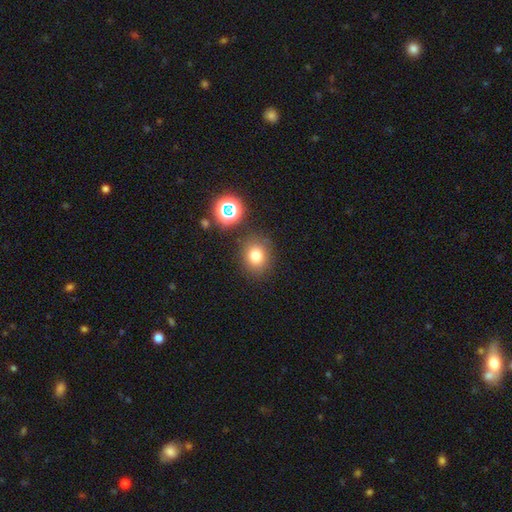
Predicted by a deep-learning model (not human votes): Smooth or featured: smooth — 78% (star or artifact — 15%)
How rounded: round — 72% (in between — 27%)
Merging: none — 82% (minor disturbance — 10%)